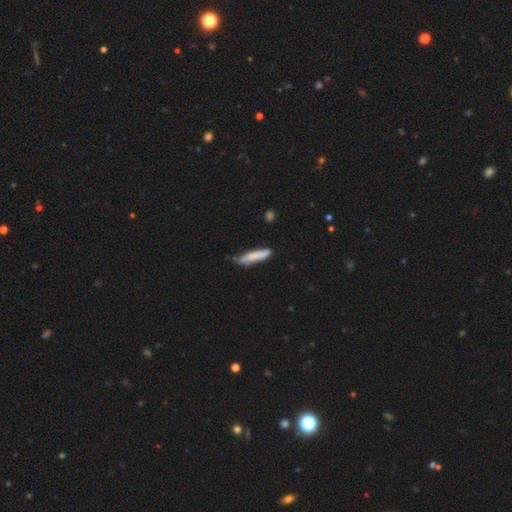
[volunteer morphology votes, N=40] Smooth or featured: smooth — 80% (featured or disk — 18%)
How rounded: cigar-shaped — 88% (in between — 12%)
Merging: none — 77% (minor disturbance — 21%)